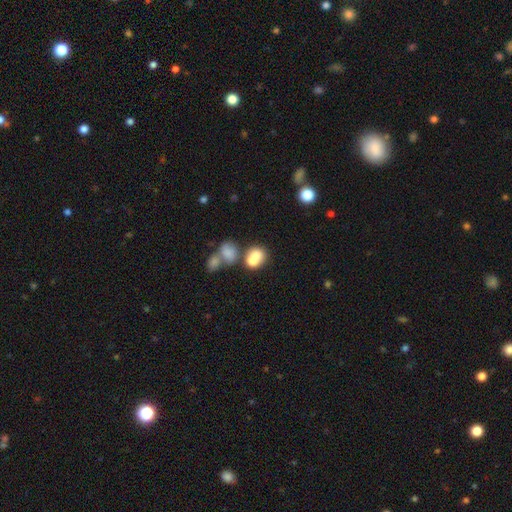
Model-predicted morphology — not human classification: This is likely a smooth galaxy (70%). How rounded: possibly round (57%). Merging: possibly merger (59%).